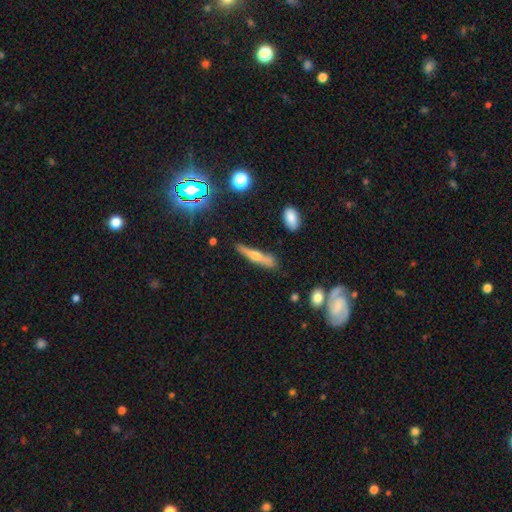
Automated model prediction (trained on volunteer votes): smooth-or-featured: featured or disk: 57% | smooth: 30% | star or artifact: 13%
  disk-edge-on: yes: 88% | no: 12%
    edge-on-bulge: rounded: 86% | none: 7% | boxy: 7%
  merging: none: 76% | minor disturbance: 15% | merger: 5% | major disturbance: 4%